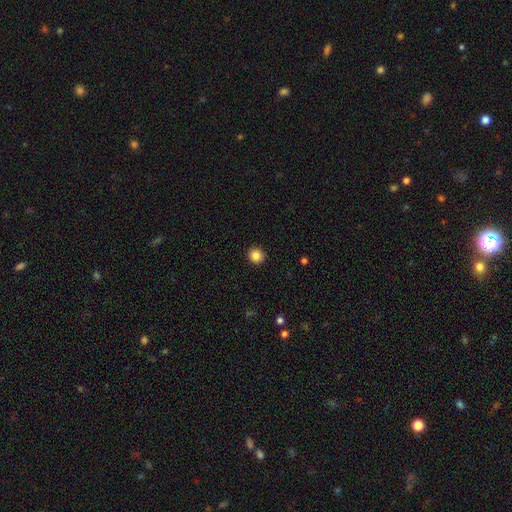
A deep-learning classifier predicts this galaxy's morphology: Smooth or featured? smooth (85%)
How rounded? round (94%)
Merging? none (93%)